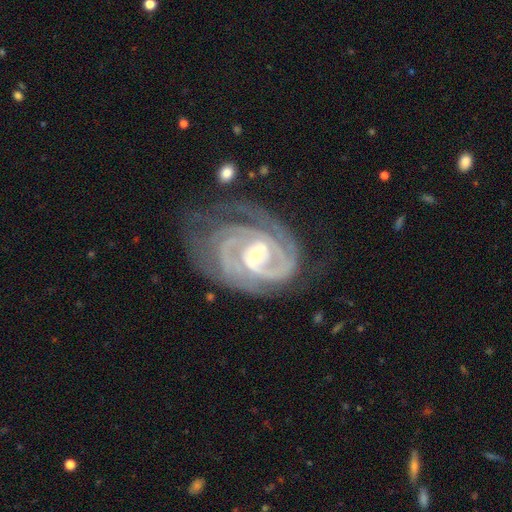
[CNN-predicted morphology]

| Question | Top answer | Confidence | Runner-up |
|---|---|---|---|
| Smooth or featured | featured or disk | 92% | star or artifact (5%) |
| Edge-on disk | no | 97% | yes (3%) |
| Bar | weak | 41% | no (39%) |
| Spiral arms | yes | 98% | no (2%) |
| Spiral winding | tight | 73% | medium (24%) |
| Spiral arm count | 2 | 44% | 3 (27%) |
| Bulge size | small | 57% | moderate (40%) |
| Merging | none | 60% | minor disturbance (23%) |